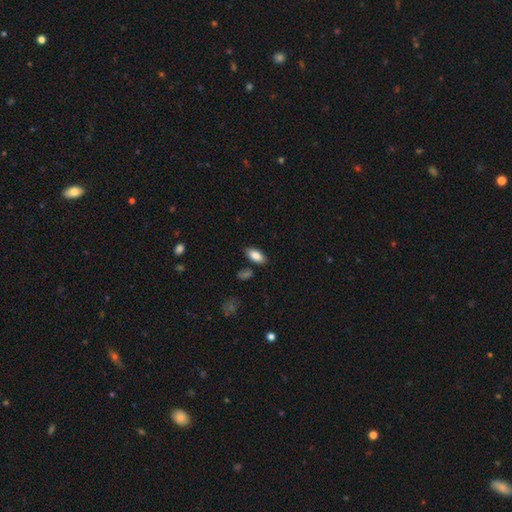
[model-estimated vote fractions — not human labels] This appears to be a smooth galaxy with no disk features (86%) that is in between round and cigar-shaped (89%). Merging: none (83%).